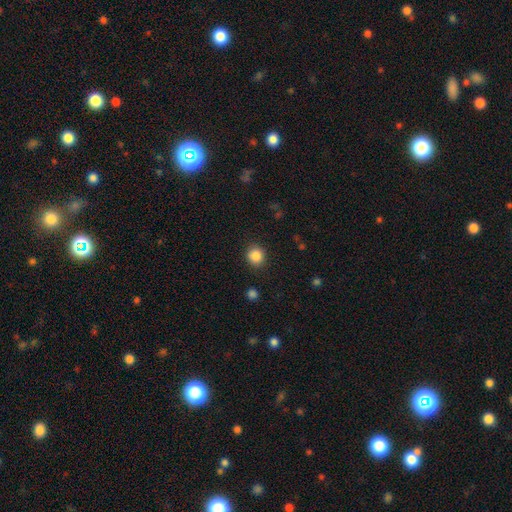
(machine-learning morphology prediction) A smooth galaxy with no disk features (87%) that is round (85%).

Vote fractions:
- Smooth or featured? smooth: 87% / star or artifact: 10% / featured or disk: 3%
- How rounded? round: 85% / in between: 14% / cigar-shaped: 1%
- Merging? none: 88% / minor disturbance: 8% / major disturbance: 3% / merger: 1%